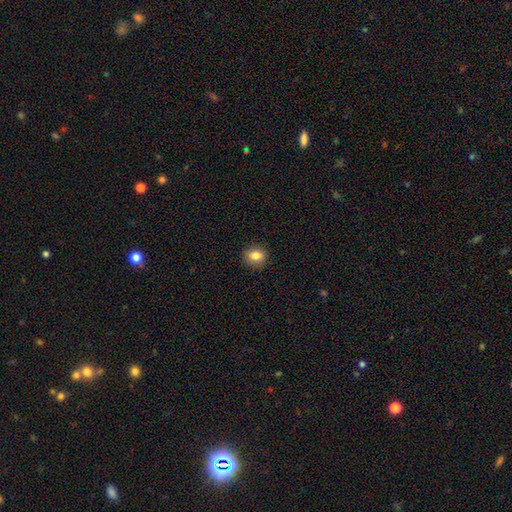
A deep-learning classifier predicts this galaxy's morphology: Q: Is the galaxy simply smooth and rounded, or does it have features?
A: smooth — 83%.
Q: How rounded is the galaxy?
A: round — 59%.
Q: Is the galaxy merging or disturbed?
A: none — 87%.